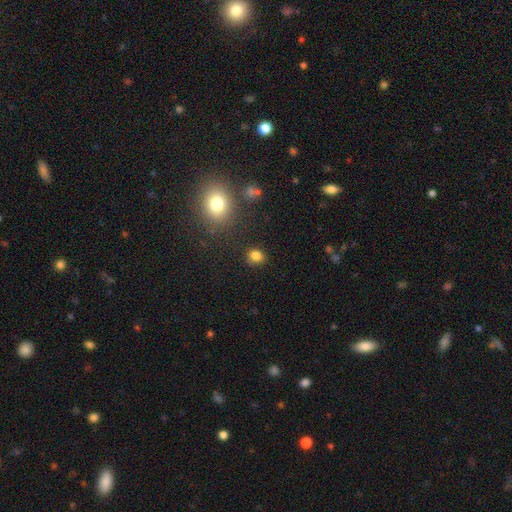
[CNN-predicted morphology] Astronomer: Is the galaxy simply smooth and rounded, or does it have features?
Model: smooth — 82%.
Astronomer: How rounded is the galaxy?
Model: round — 64%.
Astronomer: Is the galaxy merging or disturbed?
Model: none — 82%.